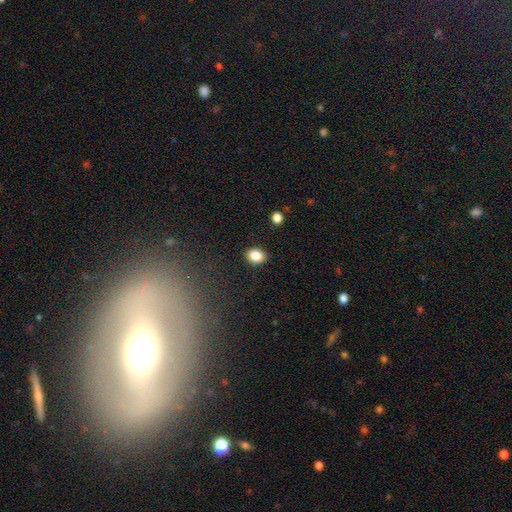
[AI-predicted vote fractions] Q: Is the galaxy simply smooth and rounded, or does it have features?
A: smooth — 86%.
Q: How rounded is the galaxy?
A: in between — 59%.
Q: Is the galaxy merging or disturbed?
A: none — 88%.